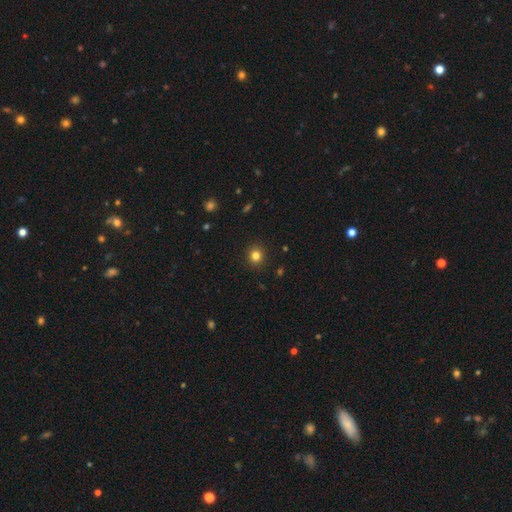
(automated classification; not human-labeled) Smooth or featured? smooth (82%)
How rounded? round (91%)
Merging? none (92%)